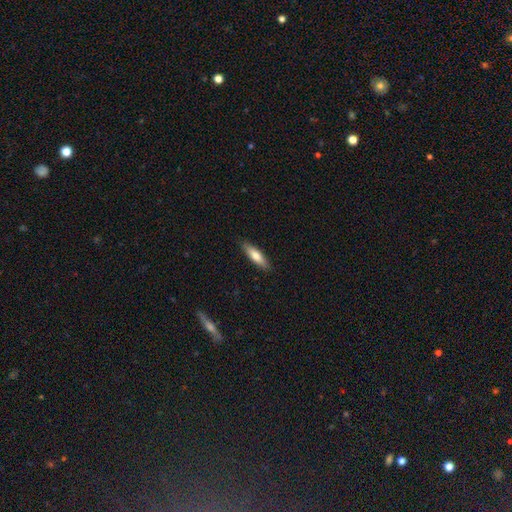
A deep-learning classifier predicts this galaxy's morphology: This is likely a smooth galaxy (72%). How rounded: likely cigar-shaped (65%). Merging: clearly none (88%).